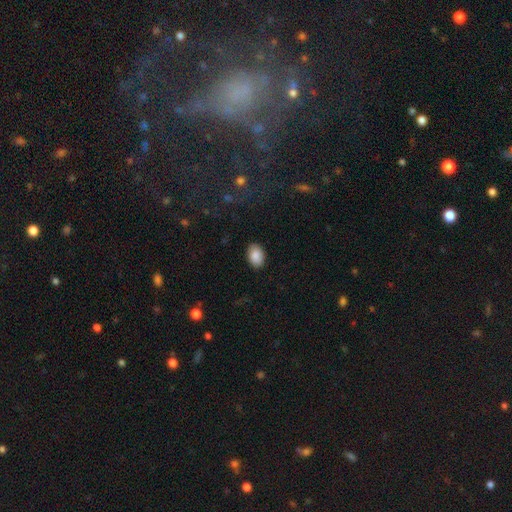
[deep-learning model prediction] This appears to be a smooth galaxy with no disk features (89%) that is in between round and cigar-shaped (85%). Merging: none (88%).